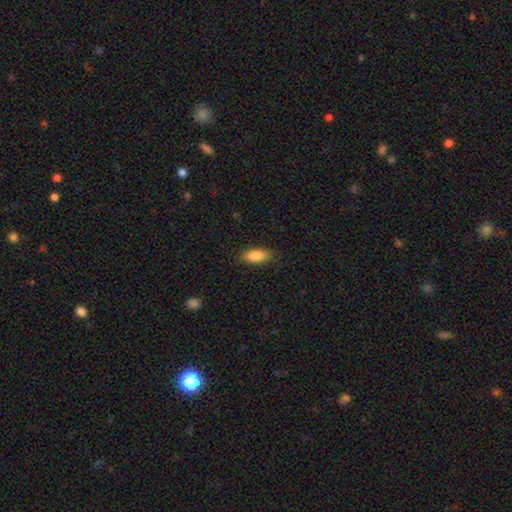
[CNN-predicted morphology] smooth_or_featured: smooth (p=0.87) [alt: featured or disk p=0.07]
how_rounded: in between (p=0.79) [alt: cigar-shaped p=0.19]
merging: none (p=0.86) [alt: minor disturbance p=0.10]